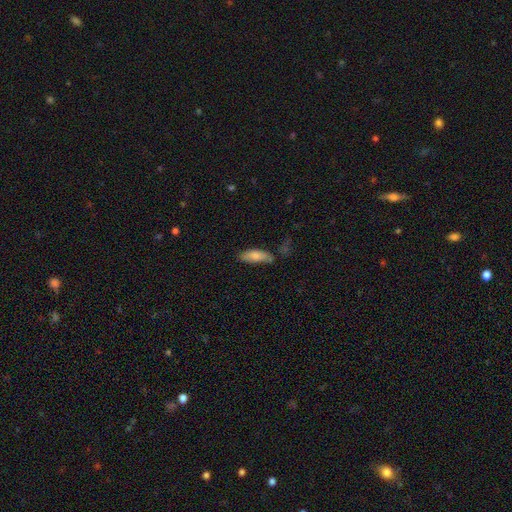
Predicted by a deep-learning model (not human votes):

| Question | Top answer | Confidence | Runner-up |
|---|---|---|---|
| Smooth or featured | smooth | 78% | featured or disk (16%) |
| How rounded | in between | 62% | cigar-shaped (36%) |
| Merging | none | 61% | minor disturbance (24%) |